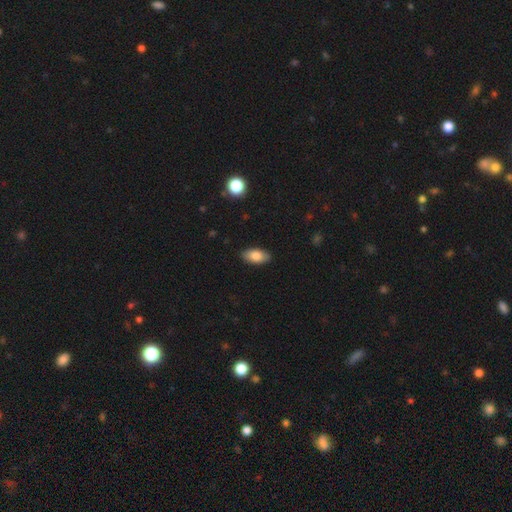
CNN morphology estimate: Smooth or featured? smooth (83%)
How rounded? in between (92%)
Merging? none (88%)